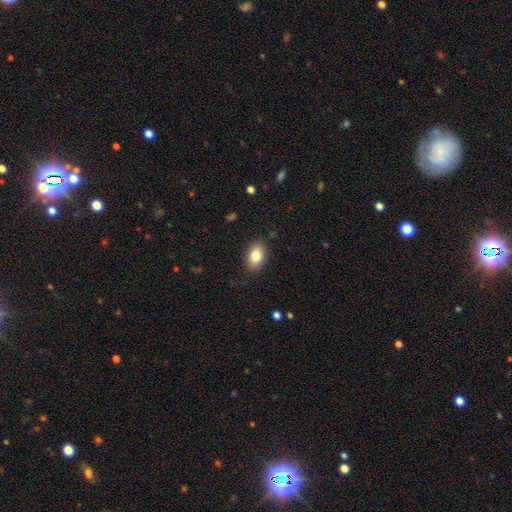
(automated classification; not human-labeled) Smooth or featured?
  - smooth: 83% *
  - featured or disk: 9%
  - star or artifact: 7%
How rounded?
  - in between: 90% *
  - round: 8%
  - cigar-shaped: 2%
Merging?
  - none: 85% *
  - minor disturbance: 11%
  - major disturbance: 3%
  - merger: 1%